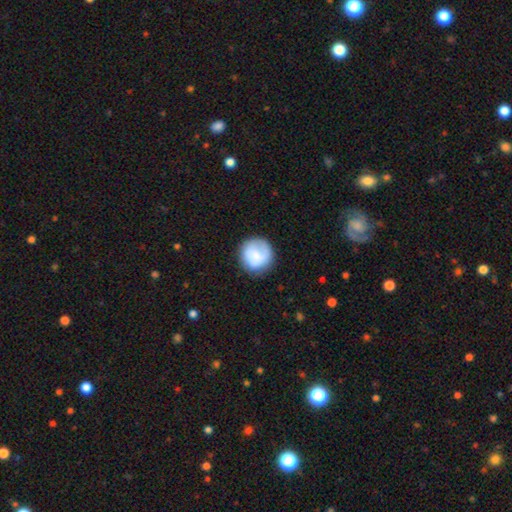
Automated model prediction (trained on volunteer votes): smooth_or_featured: smooth (p=0.74) [alt: featured or disk p=0.19]
how_rounded: round (p=0.92) [alt: in between p=0.07]
merging: none (p=0.75) [alt: minor disturbance p=0.16]